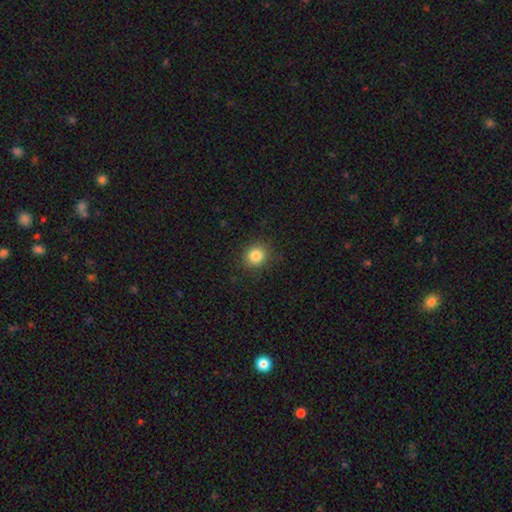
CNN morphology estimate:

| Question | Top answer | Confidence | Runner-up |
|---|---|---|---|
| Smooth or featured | smooth | 84% | star or artifact (11%) |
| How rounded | round | 89% | in between (10%) |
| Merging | none | 89% | minor disturbance (8%) |